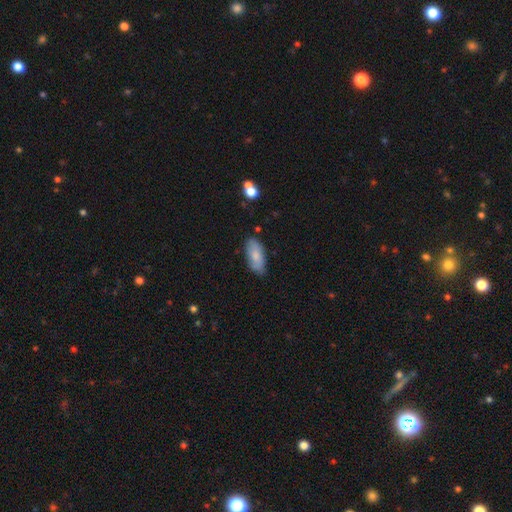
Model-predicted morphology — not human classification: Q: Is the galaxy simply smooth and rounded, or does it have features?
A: smooth — 77%.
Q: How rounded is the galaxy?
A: in between — 87%.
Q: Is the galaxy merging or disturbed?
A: none — 75%.